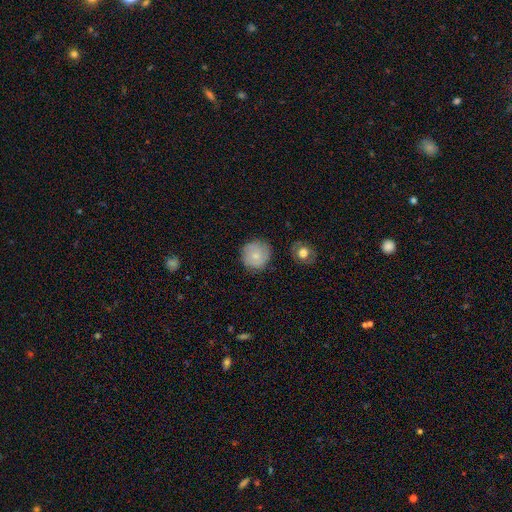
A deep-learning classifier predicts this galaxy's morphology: The model was most divided on "smooth or featured": smooth: 69%, featured or disk: 24%, star or artifact: 7%. More confident: how rounded — round (93%); merging — none (81%).